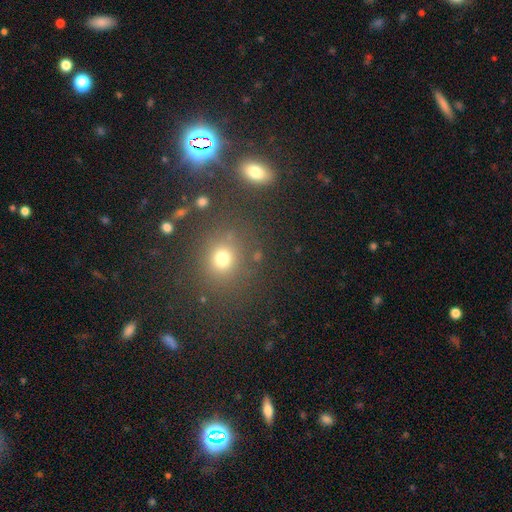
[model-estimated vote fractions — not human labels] Smooth or featured?
  - smooth: 50% *
  - star or artifact: 41%
  - featured or disk: 8%
How rounded?
  - round: 87% *
  - in between: 12%
  - cigar-shaped: 1%
Merging?
  - none: 84% *
  - minor disturbance: 7%
  - merger: 5%
  - major disturbance: 3%